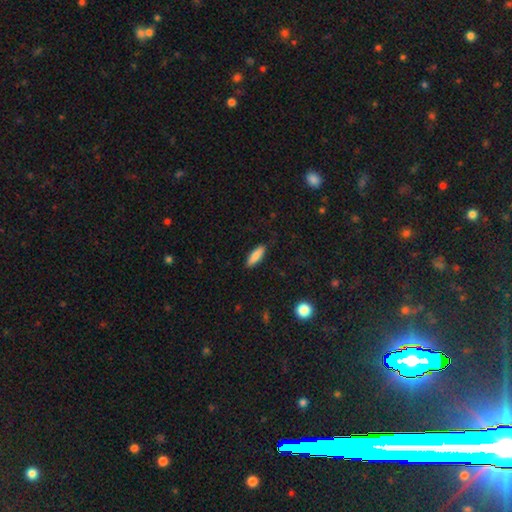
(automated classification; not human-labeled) smooth-or-featured: smooth: 86% | featured or disk: 8% | star or artifact: 6%
  how-rounded: cigar-shaped: 51% | in between: 48% | round: 2%
  merging: none: 87% | minor disturbance: 10% | major disturbance: 2% | merger: 1%